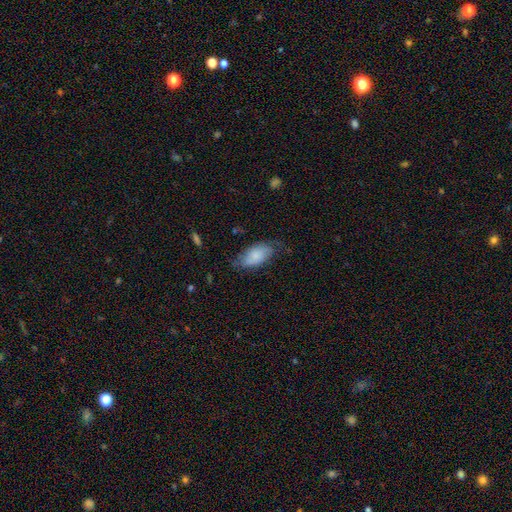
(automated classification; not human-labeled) Overall: smooth (68%). How rounded: in between (93%). Merging: none (55%; minor disturbance 31%).